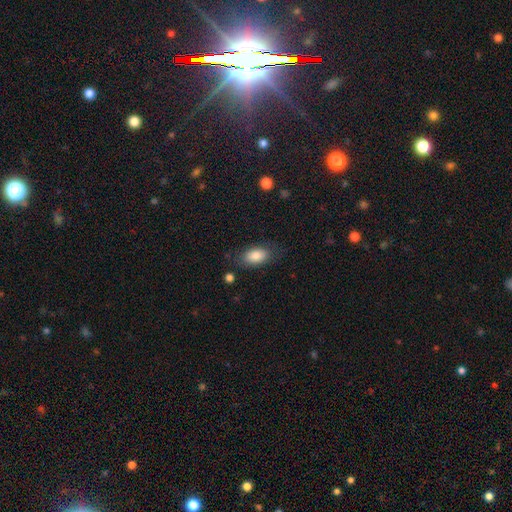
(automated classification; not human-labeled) Overall: smooth (85%). How rounded: in between (91%). Merging: none (77%).